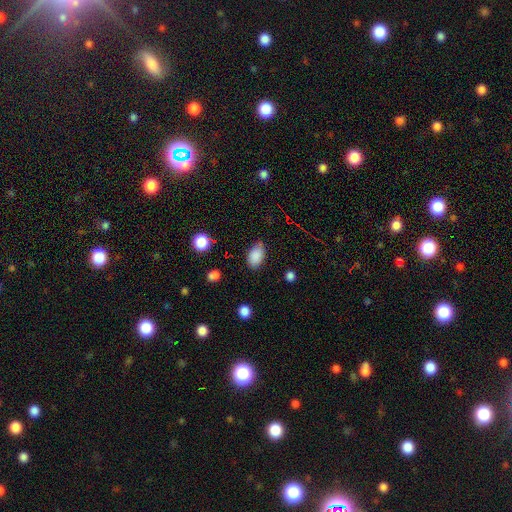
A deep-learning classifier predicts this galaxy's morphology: A smooth galaxy with no disk features (87%) that is in between round and cigar-shaped (91%).

Vote fractions:
- Smooth or featured? smooth: 87% / star or artifact: 8% / featured or disk: 5%
- How rounded? in between: 91% / round: 7% / cigar-shaped: 2%
- Merging? none: 76% / minor disturbance: 18% / major disturbance: 4% / merger: 2%